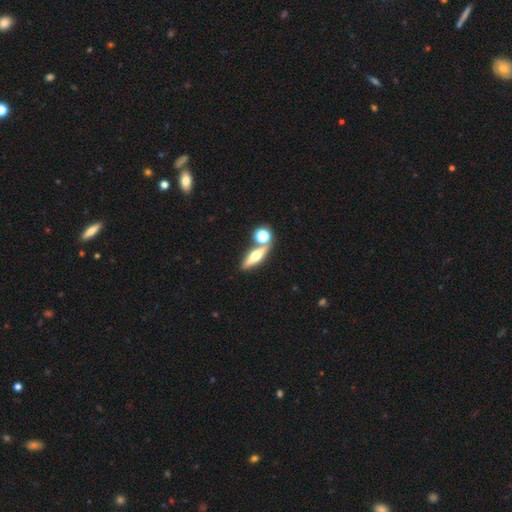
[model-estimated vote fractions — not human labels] featured or disk 52%, smooth 38%, star or artifact 9%. Down the decision tree: edge-on disk — yes (88%); merging — none (70%).